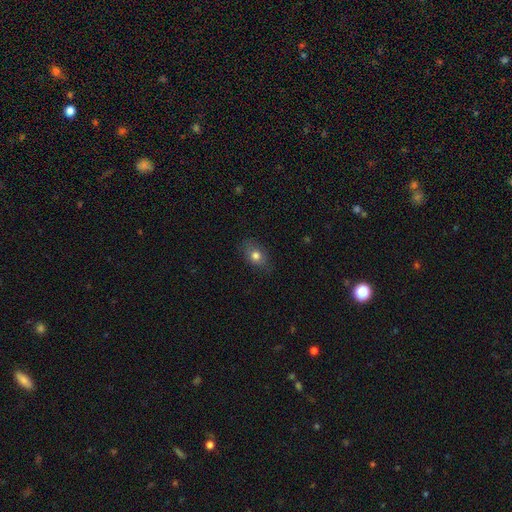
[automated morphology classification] The model was most divided on "how rounded": in between: 72%, round: 25%, cigar-shaped: 2%. More confident: merging — none (78%); smooth or featured — smooth (76%).